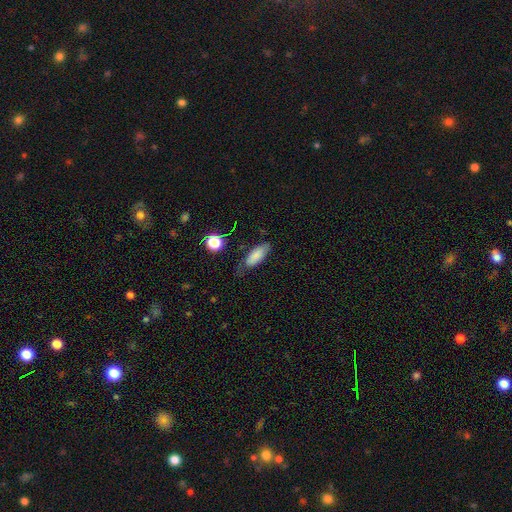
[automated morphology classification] Smooth or featured?
  - smooth: 78% *
  - featured or disk: 13%
  - star or artifact: 9%
How rounded?
  - in between: 78% *
  - cigar-shaped: 19%
  - round: 3%
Merging?
  - none: 58% *
  - minor disturbance: 29%
  - major disturbance: 10%
  - merger: 3%